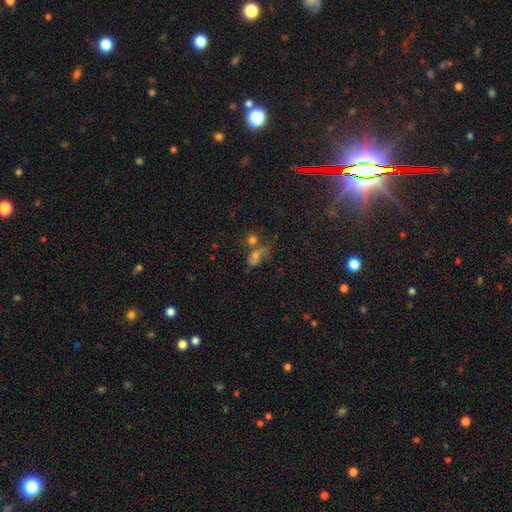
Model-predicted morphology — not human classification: Smooth or featured? Predicted: smooth (p=0.41). Merging? Predicted: none (p=0.39).